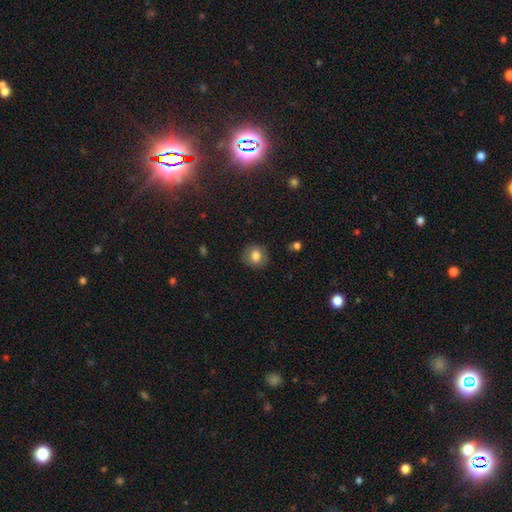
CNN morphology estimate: This is likely a smooth galaxy (78%). How rounded: clearly round (81%). Merging: clearly none (85%).